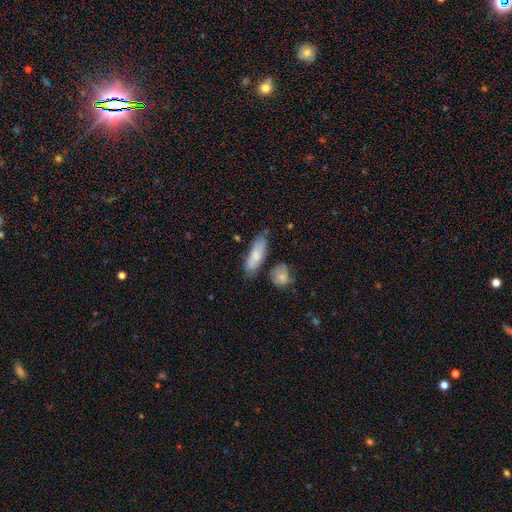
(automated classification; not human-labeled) This appears to be a smooth galaxy with no disk features (75%) that is in between round and cigar-shaped (58%). Merging: none (65%).